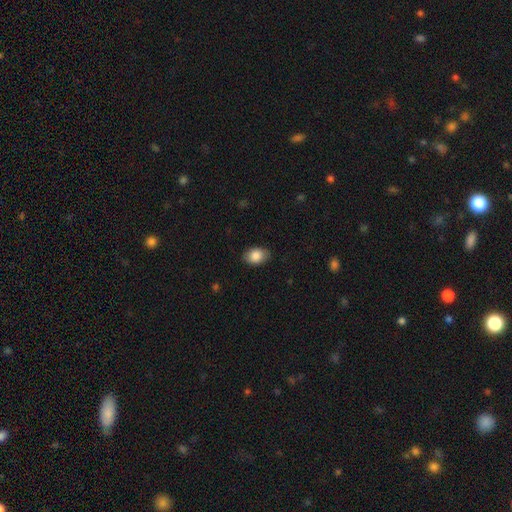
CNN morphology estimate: This is clearly a smooth galaxy (86%). How rounded: clearly in between (81%). Merging: clearly none (84%).